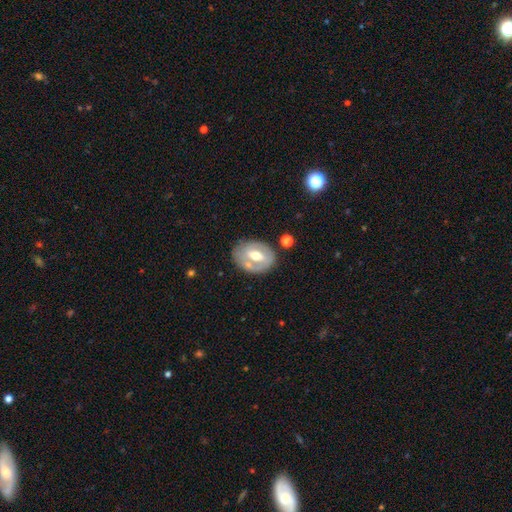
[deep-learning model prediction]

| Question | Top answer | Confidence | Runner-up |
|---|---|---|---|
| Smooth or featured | featured or disk | 57% | smooth (37%) |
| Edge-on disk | no | 92% | yes (8%) |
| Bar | weak | 40% | no (31%) |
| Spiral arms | no | 71% | yes (29%) |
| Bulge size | moderate | 74% | small (14%) |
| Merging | none | 68% | minor disturbance (18%) |